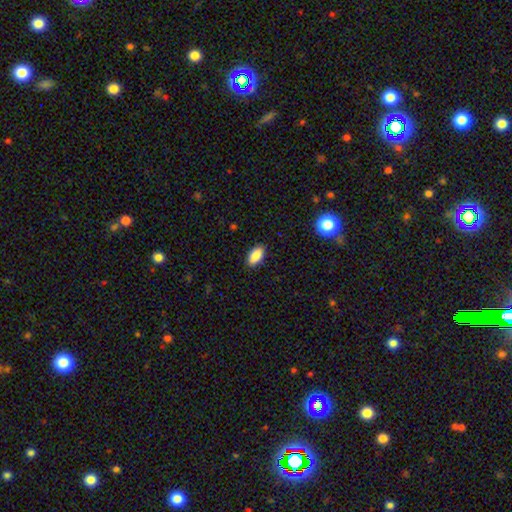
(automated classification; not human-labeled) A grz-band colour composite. It shows a smooth galaxy with no disk features (88%) that is in between round and cigar-shaped (92%). Merging: none (89%).